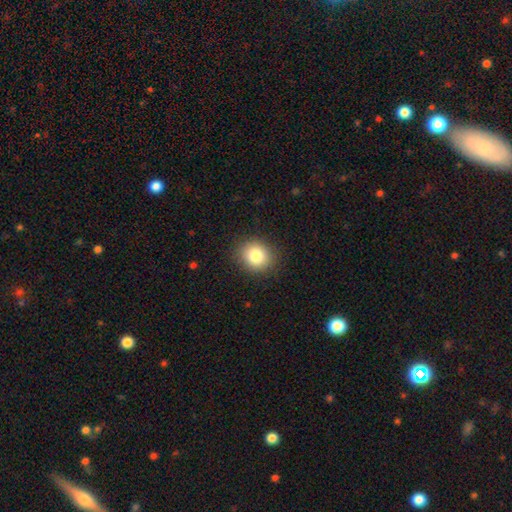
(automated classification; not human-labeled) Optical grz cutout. It shows a smooth galaxy with no disk features (82%) that is round (77%). Merging: none (89%).